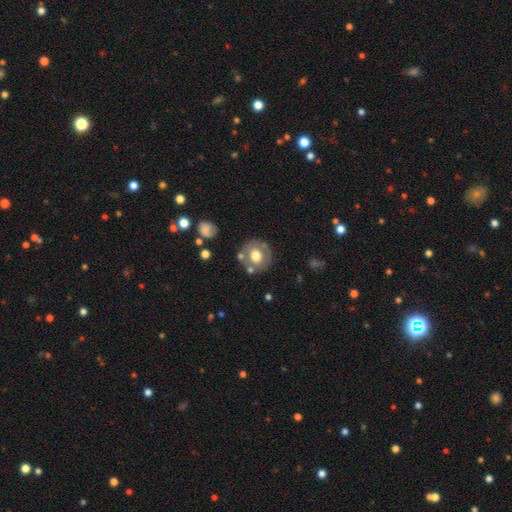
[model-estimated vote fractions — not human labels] A smooth galaxy with no disk features (58%) that is round (87%).

Vote fractions:
- Smooth or featured? smooth: 58% / featured or disk: 33% / star or artifact: 9%
- How rounded? round: 87% / in between: 12% / cigar-shaped: 1%
- Merging? none: 75% / minor disturbance: 13% / merger: 7% / major disturbance: 5%